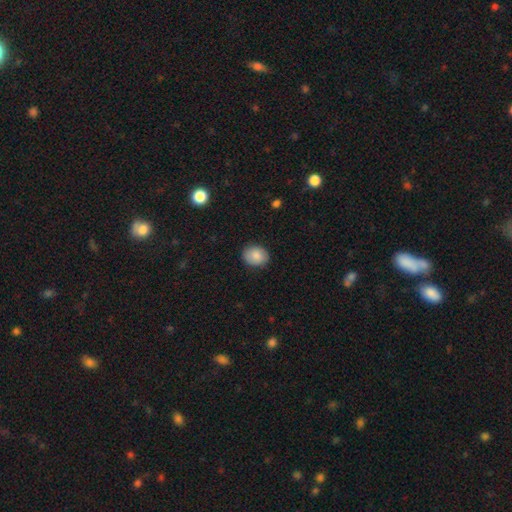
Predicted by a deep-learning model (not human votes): Smooth or featured? smooth (86%)
How rounded? round (51%)
Merging? none (87%)